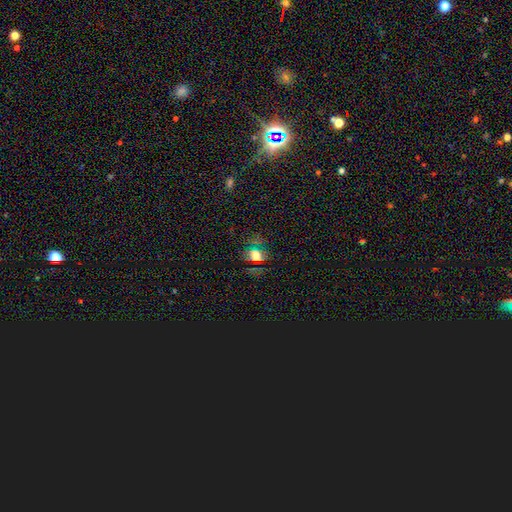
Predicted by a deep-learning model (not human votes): A smooth galaxy with no disk features (52%) that is round (50%).

Vote fractions:
- Smooth or featured? smooth: 52% / star or artifact: 32% / featured or disk: 15%
- How rounded? round: 50% / in between: 45% / cigar-shaped: 5%
- Merging? none: 78% / minor disturbance: 13% / major disturbance: 6% / merger: 3%